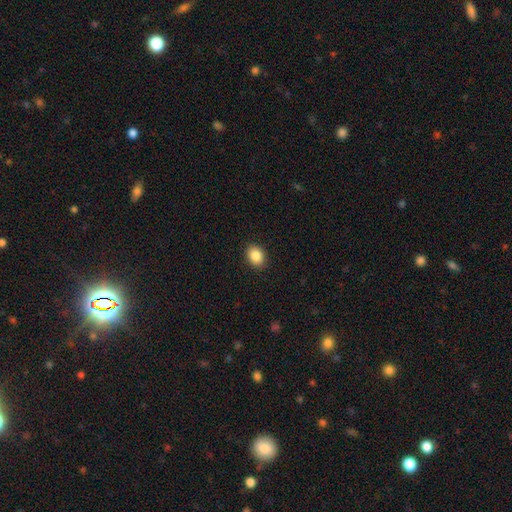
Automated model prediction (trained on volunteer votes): Smooth or featured? smooth (87%)
How rounded? in between (62%)
Merging? none (90%)